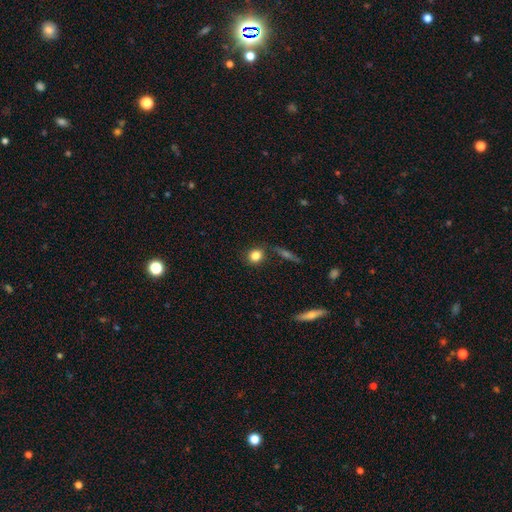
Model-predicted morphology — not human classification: This appears to be a smooth galaxy with no disk features (83%) that is round (74%). Merging: none (79%).